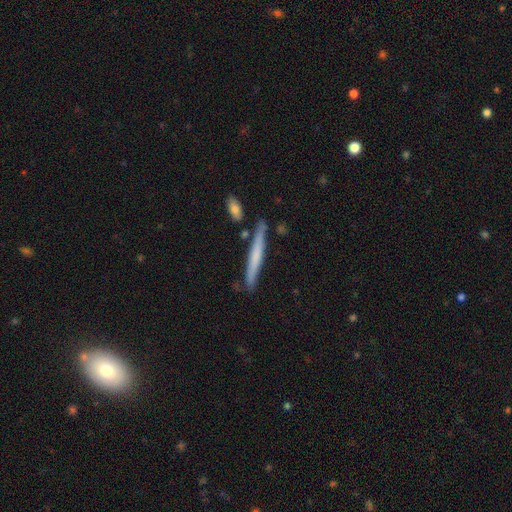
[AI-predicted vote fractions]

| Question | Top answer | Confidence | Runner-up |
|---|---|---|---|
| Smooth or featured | smooth | 53% | featured or disk (41%) |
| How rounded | cigar-shaped | 96% | in between (3%) |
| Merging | none | 83% | minor disturbance (11%) |